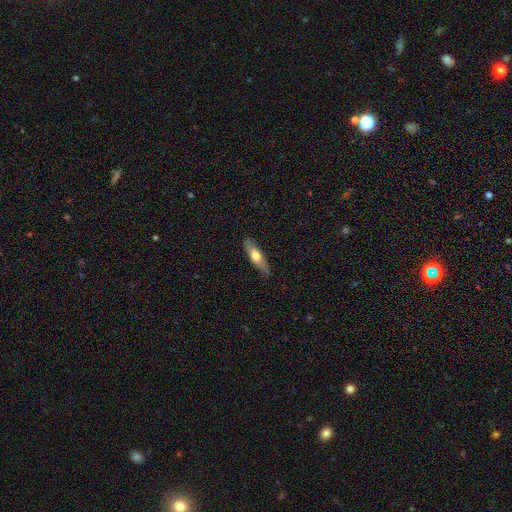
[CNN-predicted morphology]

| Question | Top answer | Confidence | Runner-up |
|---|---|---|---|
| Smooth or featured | smooth | 55% | featured or disk (40%) |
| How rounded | cigar-shaped | 55% | in between (42%) |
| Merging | none | 82% | minor disturbance (14%) |